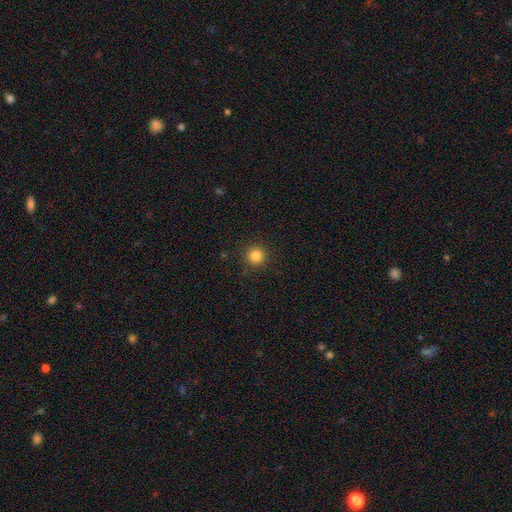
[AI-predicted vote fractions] smooth 84%, star or artifact 12%, featured or disk 4%. Down the decision tree: how rounded — round (95%); merging — none (92%).